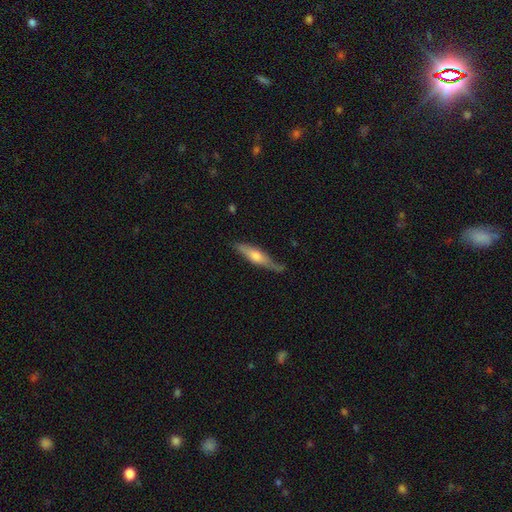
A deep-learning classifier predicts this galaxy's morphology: type=featured or disk (51%); edge-on=yes (88%); merging=none (69%).